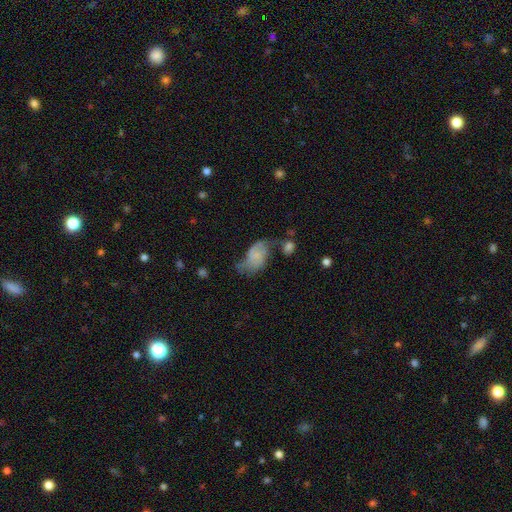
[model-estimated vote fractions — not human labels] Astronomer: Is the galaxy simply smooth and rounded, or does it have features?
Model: featured or disk — 47% (runner-up: smooth, 44%).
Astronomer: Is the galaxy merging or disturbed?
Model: none — 34% (runner-up: minor disturbance, 29%).